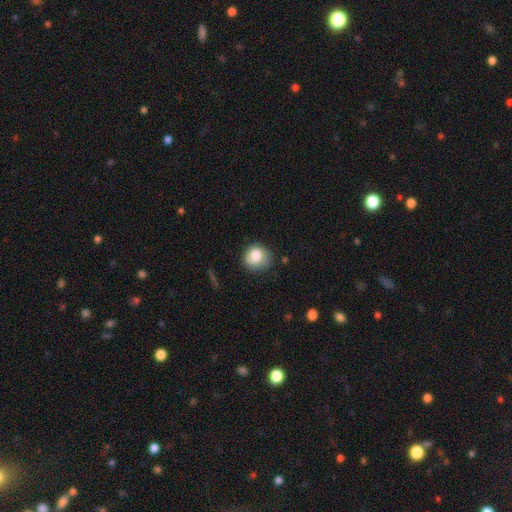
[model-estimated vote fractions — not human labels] Morphology: type=smooth (79%); roundness=round (81%); merging=none (67%).